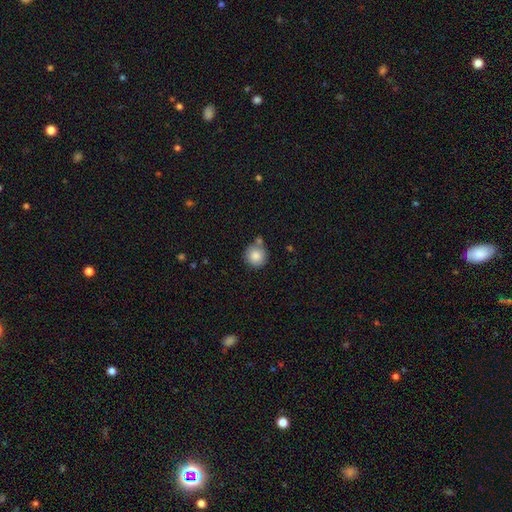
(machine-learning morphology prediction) Overall: smooth (85%). How rounded: round (93%). Merging: none (68%).